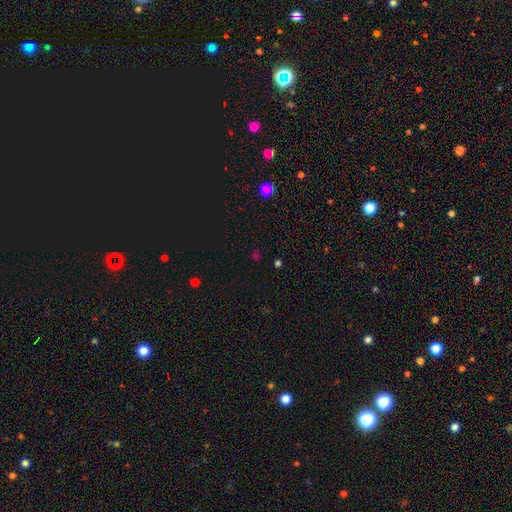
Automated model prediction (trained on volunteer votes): This appears to be a star or artifact, not a galaxy (54%).